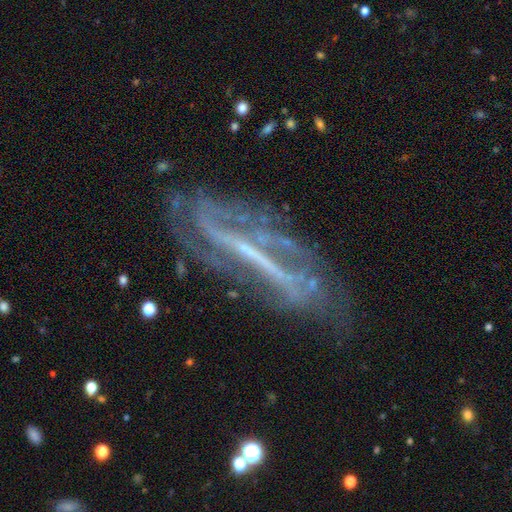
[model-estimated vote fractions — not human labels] This is likely a featured or disk galaxy (79%). It is likely not viewed edge-on (65%). Bar: possibly strong (59%). Spiral arm pattern: likely yes (77%). Central bulge: possibly small (47%). Merging: likely none (63%).